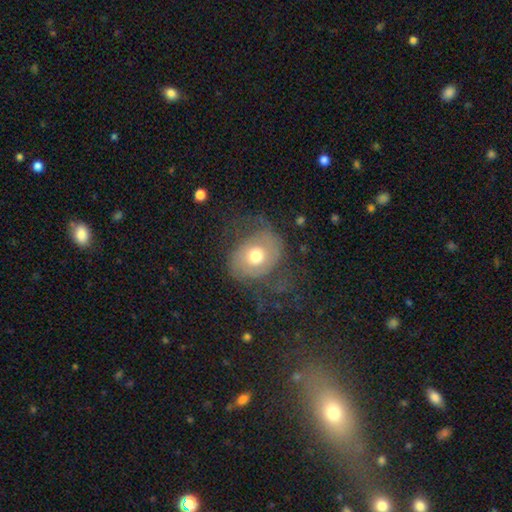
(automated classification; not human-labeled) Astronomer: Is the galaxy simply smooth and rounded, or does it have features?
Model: smooth — 50% (runner-up: featured or disk, 41%).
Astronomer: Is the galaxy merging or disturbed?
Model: none — 44% (runner-up: major disturbance, 32%).